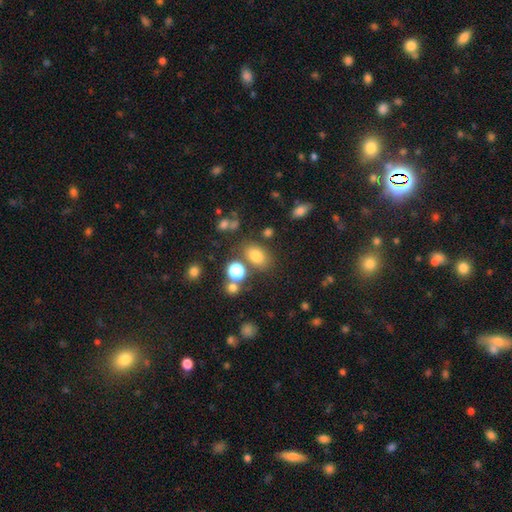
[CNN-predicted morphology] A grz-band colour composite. It shows a smooth galaxy with no disk features (75%) that is in between round and cigar-shaped (74%). Merging: none (72%).